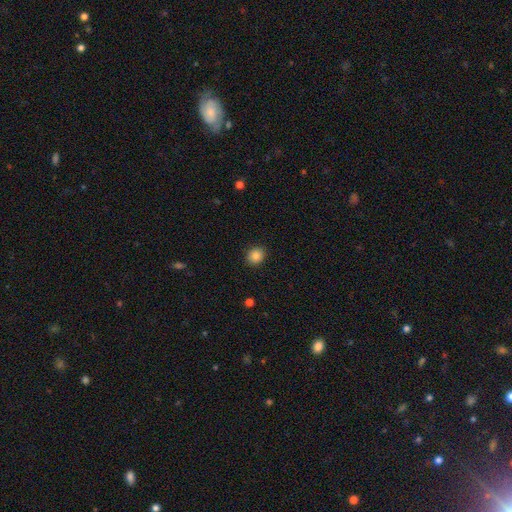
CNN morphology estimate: The model was most divided on "how rounded": round: 78%, in between: 21%, cigar-shaped: 1%. More confident: merging — none (90%); smooth or featured — smooth (84%).